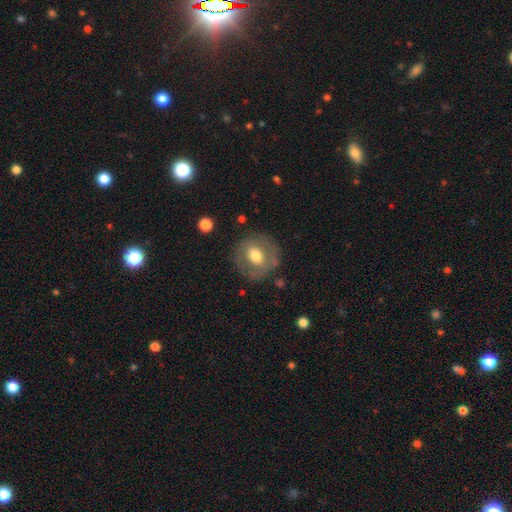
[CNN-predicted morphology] Overall: smooth (55%; featured or disk 38%). How rounded: round (85%). Merging: none (79%).